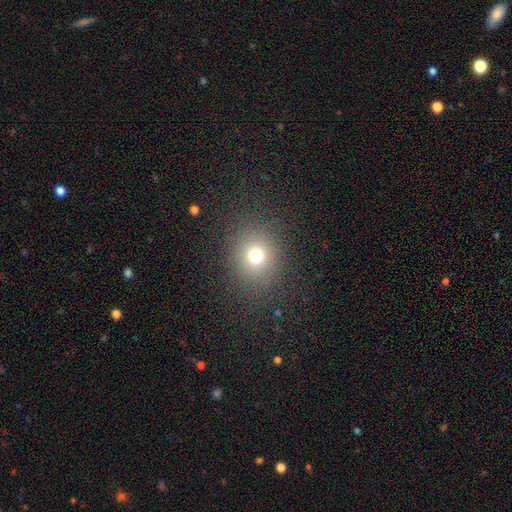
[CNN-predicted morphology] Q: Smooth or featured?
A: smooth (73%); runner-up: star or artifact (17%)
Q: How rounded?
A: round (78%); runner-up: in between (21%)
Q: Merging?
A: none (85%); runner-up: minor disturbance (8%)